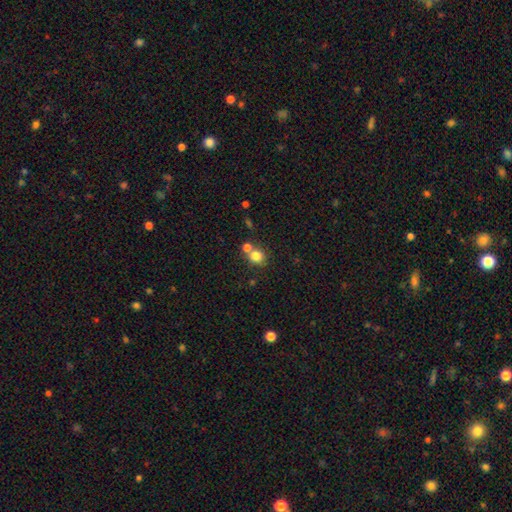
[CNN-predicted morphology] Smooth or featured? Predicted: smooth (p=0.81). How rounded? Predicted: round (p=0.81). Merging? Predicted: none (p=0.59).